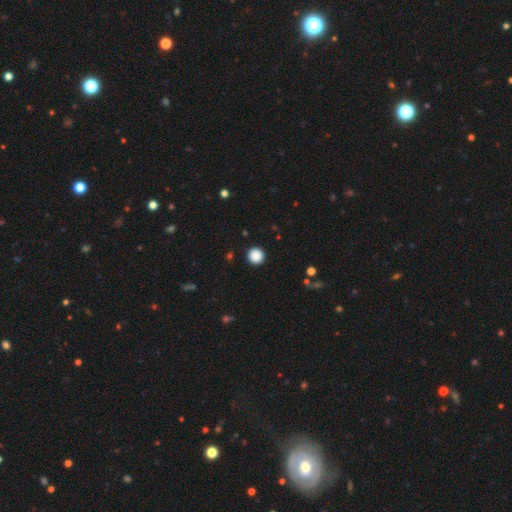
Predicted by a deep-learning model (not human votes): Smooth or featured: smooth — 88% (star or artifact — 10%)
How rounded: round — 96% (in between — 3%)
Merging: none — 93% (minor disturbance — 4%)